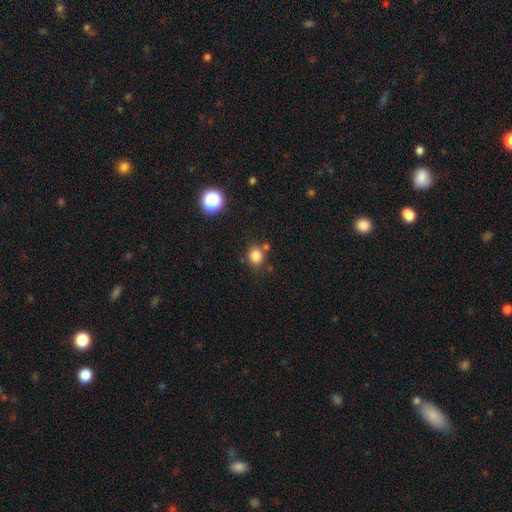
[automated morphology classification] This appears to be a smooth galaxy with no disk features (82%) that is round (67%). Merging: none (74%).